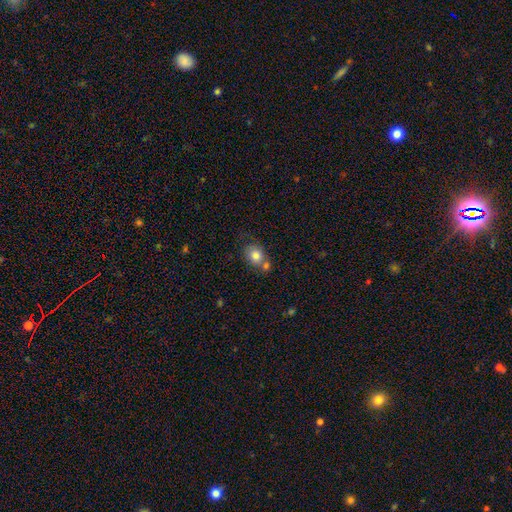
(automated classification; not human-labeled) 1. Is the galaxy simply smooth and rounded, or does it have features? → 81% smooth, 10% featured or disk, 9% star or artifact.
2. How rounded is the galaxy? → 53% round, 46% in between, 1% cigar-shaped.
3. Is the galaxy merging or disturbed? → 49% none, 32% merger, 14% minor disturbance, 4% major disturbance.